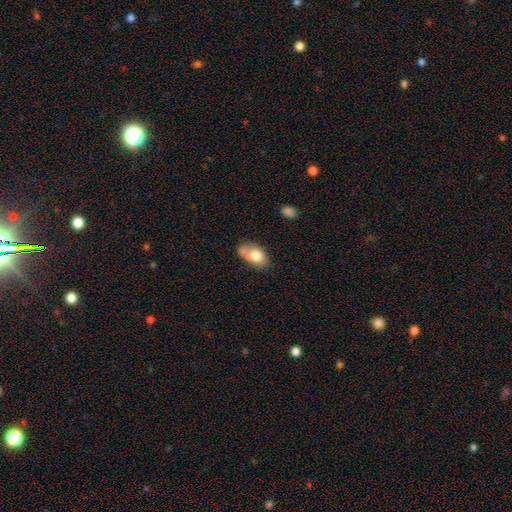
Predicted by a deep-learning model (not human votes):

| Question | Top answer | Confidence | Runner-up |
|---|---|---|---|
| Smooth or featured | smooth | 74% | featured or disk (18%) |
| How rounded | in between | 86% | round (12%) |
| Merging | none | 40% | merger (27%) |